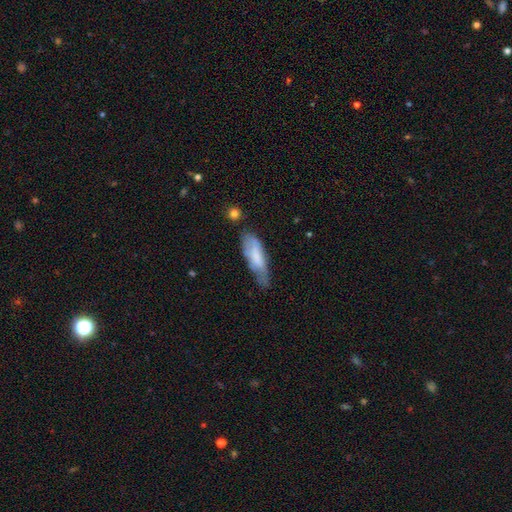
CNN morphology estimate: smooth 63%, featured or disk 30%, star or artifact 7%. Down the decision tree: how rounded — in between (56%); merging — none (43%).